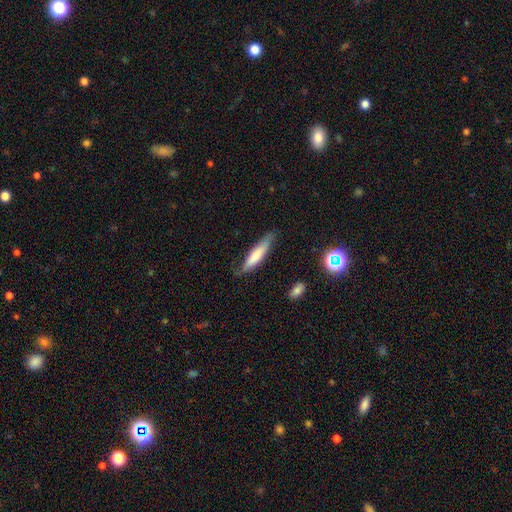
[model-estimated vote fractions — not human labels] smooth_or_featured: smooth (p=0.69) [alt: featured or disk p=0.25]
how_rounded: cigar-shaped (p=0.81) [alt: in between p=0.18]
merging: none (p=0.74) [alt: minor disturbance p=0.20]